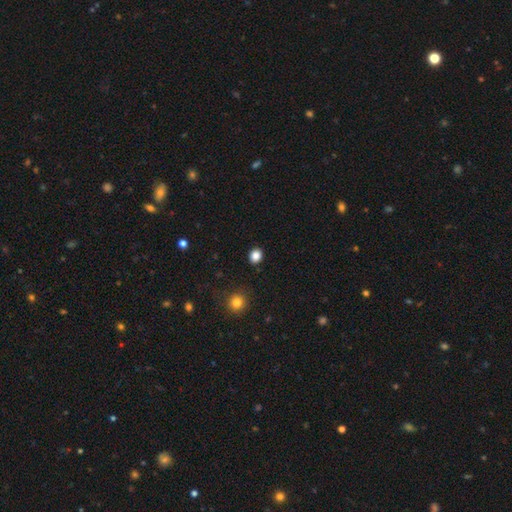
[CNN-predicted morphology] smooth_or_featured: smooth (p=0.85) [alt: star or artifact p=0.12]
how_rounded: round (p=0.67) [alt: in between p=0.32]
merging: none (p=0.90) [alt: minor disturbance p=0.06]